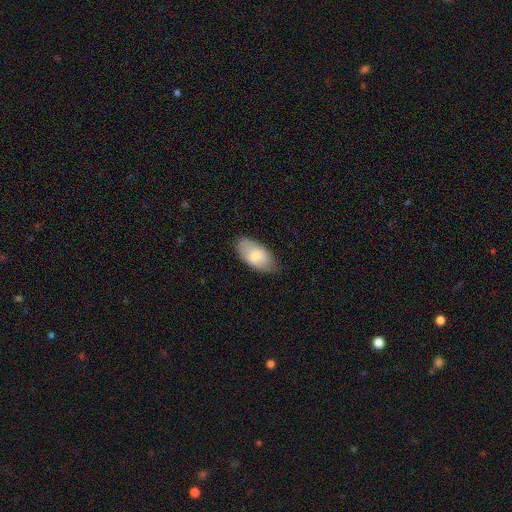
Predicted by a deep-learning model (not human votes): The model was most divided on "merging": none: 75%, minor disturbance: 21%, major disturbance: 4%, merger: 1%. More confident: how rounded — in between (94%); smooth or featured — smooth (76%).